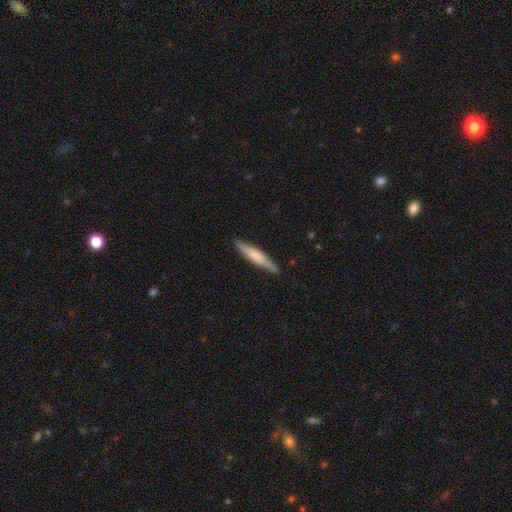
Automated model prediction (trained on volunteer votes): Smooth or featured? smooth (63%)
How rounded? cigar-shaped (90%)
Merging? none (86%)